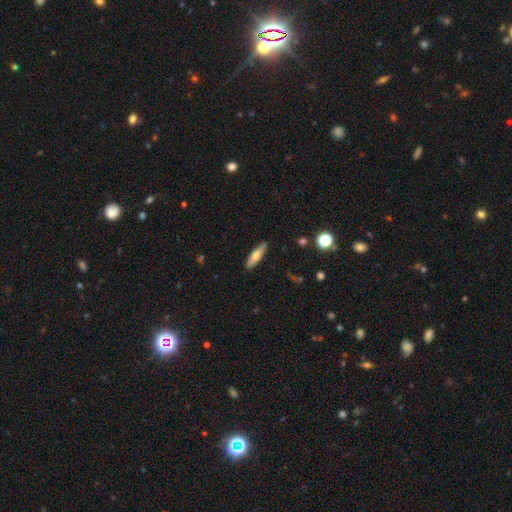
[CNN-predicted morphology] A smooth galaxy with no disk features (66%) that is cigar-shaped (69%).

Vote fractions:
- Smooth or featured? smooth: 66% / featured or disk: 27% / star or artifact: 7%
- How rounded? cigar-shaped: 69% / in between: 29% / round: 2%
- Merging? none: 89% / minor disturbance: 8% / major disturbance: 2% / merger: 1%